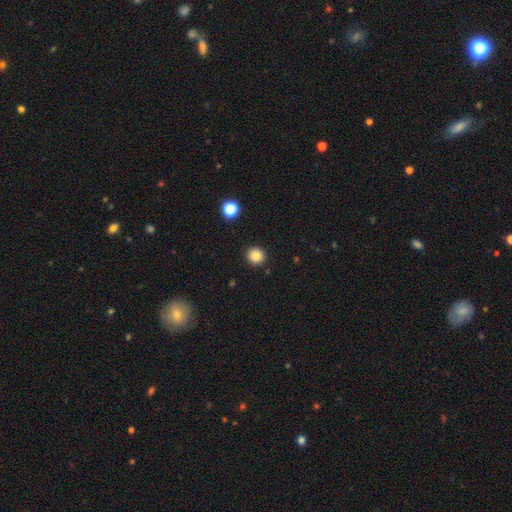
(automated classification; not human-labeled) Morphology: type=smooth (86%); roundness=round (90%); merging=none (91%).